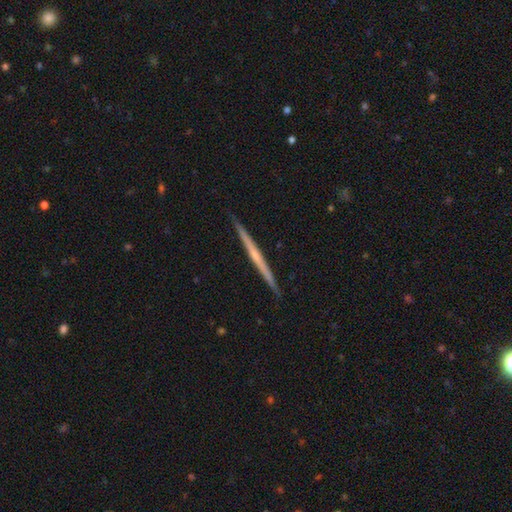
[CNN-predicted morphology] A featured or disk galaxy (72%) viewed edge-on (98%) with no central bulge (55%).

Vote fractions:
- Smooth or featured? featured or disk: 72% / smooth: 22% / star or artifact: 5%
- Edge-on disk? yes: 98% / no: 2%
- Edge-on bulge? none: 55% / rounded: 40% / boxy: 5%
- Merging? none: 92% / minor disturbance: 6% / major disturbance: 1% / merger: 1%